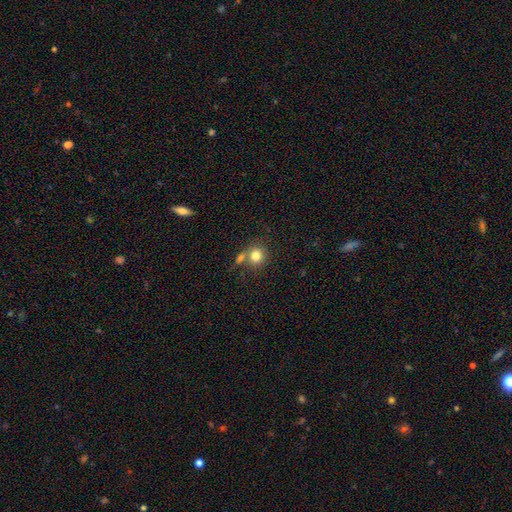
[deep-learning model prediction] Morphology: type=smooth (80%); roundness=round (85%); merging=none (56%).